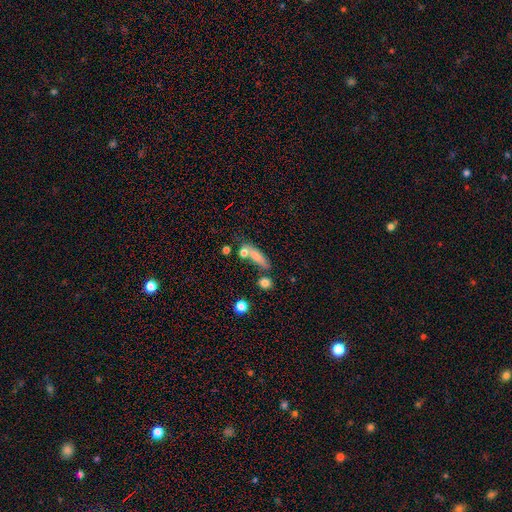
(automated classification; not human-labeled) smooth 72%, featured or disk 18%, star or artifact 10%. Down the decision tree: how rounded — cigar-shaped (51%); merging — none (57%).